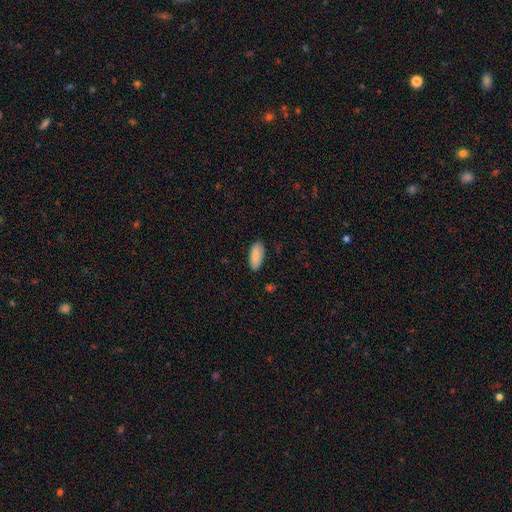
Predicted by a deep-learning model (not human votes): The model was most divided on "how rounded": in between: 84%, cigar-shaped: 14%, round: 2%. More confident: smooth or featured — smooth (85%); merging — none (85%).